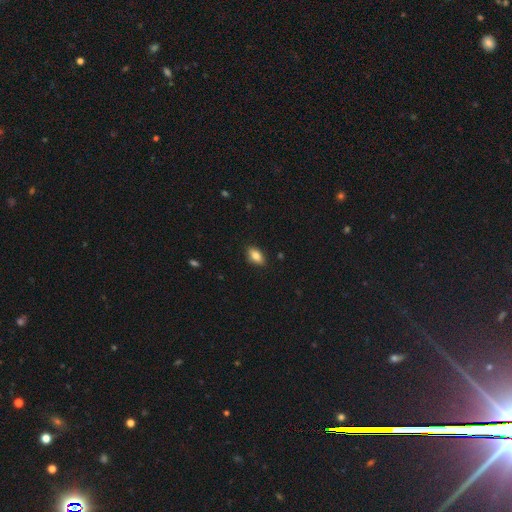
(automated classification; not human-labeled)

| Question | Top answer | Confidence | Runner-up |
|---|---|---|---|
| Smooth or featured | smooth | 85% | star or artifact (8%) |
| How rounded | in between | 90% | round (6%) |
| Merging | none | 87% | minor disturbance (10%) |